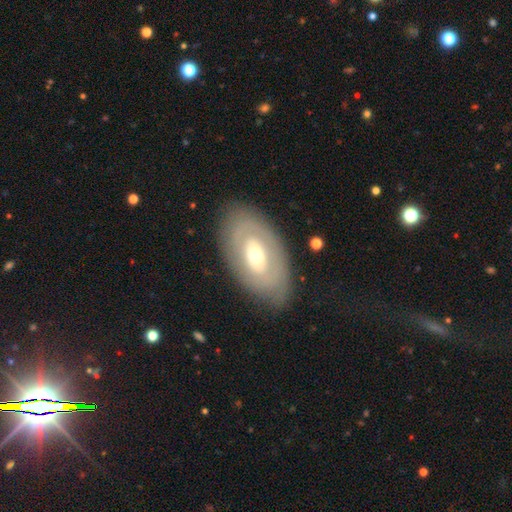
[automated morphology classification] Smooth or featured: featured or disk — 55% (smooth — 40%)
Edge-on disk: no — 90% (yes — 10%)
Merging: none — 81% (minor disturbance — 13%)